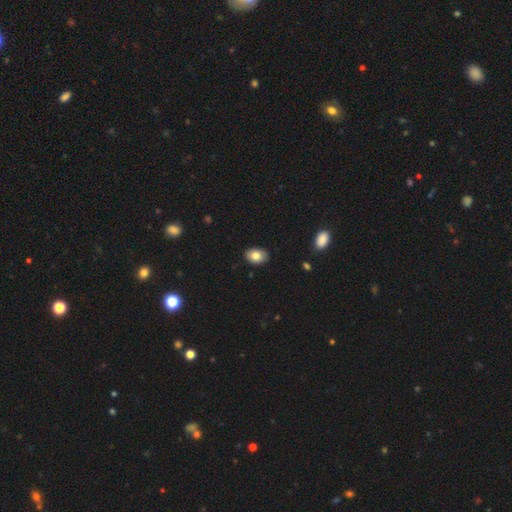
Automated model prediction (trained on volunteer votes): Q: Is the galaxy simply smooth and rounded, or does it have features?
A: smooth — 82%.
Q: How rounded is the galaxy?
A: in between — 80%.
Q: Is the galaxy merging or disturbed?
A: none — 88%.